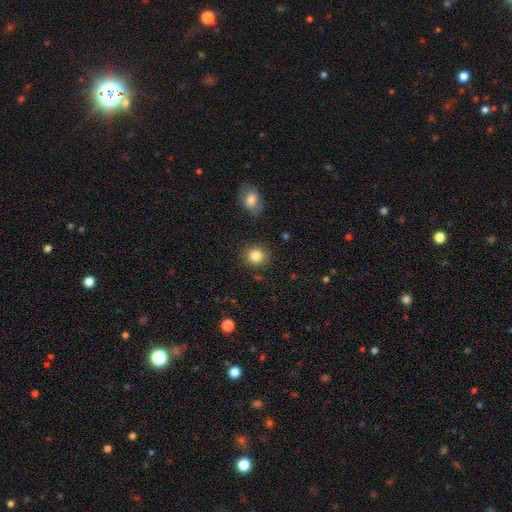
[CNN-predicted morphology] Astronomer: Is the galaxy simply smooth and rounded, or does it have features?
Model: smooth — 84%.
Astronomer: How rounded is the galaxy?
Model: round — 82%.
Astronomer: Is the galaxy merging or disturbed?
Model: none — 87%.